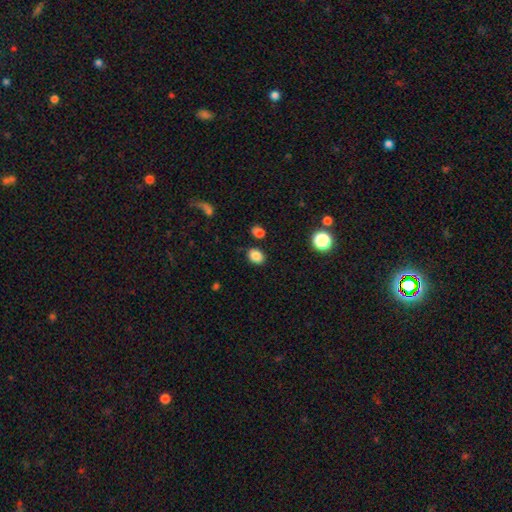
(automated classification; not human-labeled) Smooth or featured: smooth — 85% (star or artifact — 11%)
How rounded: in between — 61% (round — 38%)
Merging: none — 83% (minor disturbance — 10%)